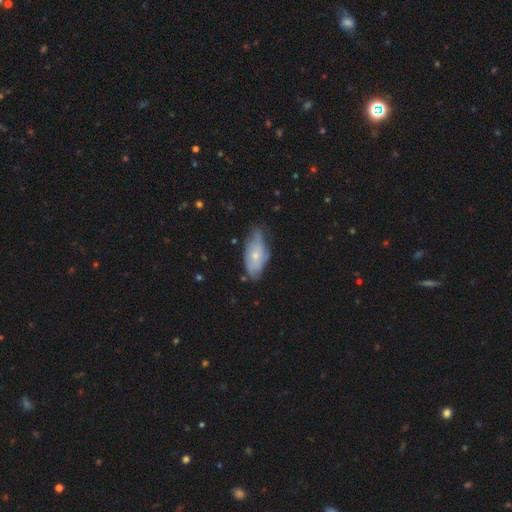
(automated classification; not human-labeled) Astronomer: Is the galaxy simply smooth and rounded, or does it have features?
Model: smooth — 49% (runner-up: featured or disk, 44%).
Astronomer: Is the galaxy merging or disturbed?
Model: none — 54% (runner-up: minor disturbance, 35%).